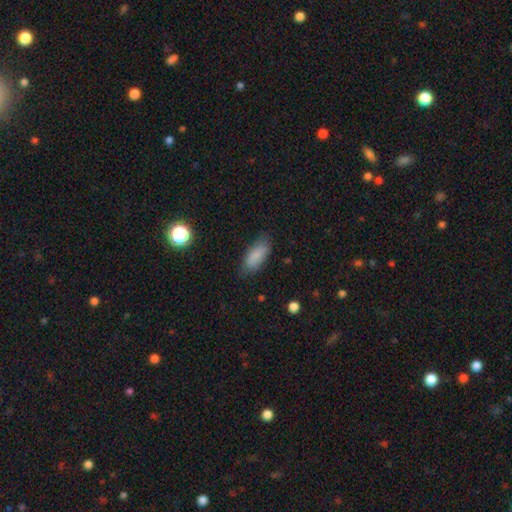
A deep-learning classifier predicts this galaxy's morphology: The model was most divided on "how rounded": in between: 77%, cigar-shaped: 21%, round: 2%. More confident: smooth or featured — smooth (85%); merging — none (79%).